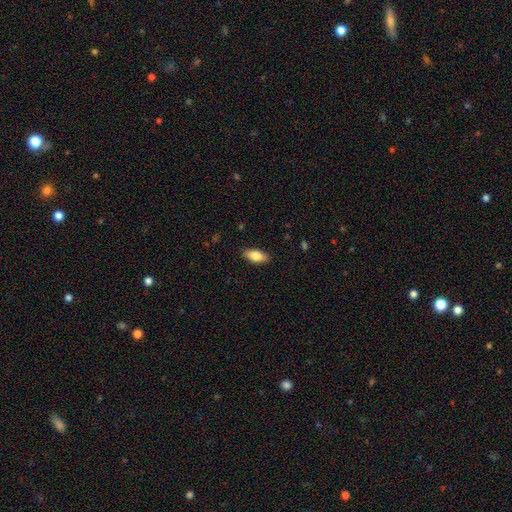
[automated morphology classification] type=smooth (77%); roundness=in between (85%); merging=none (89%).